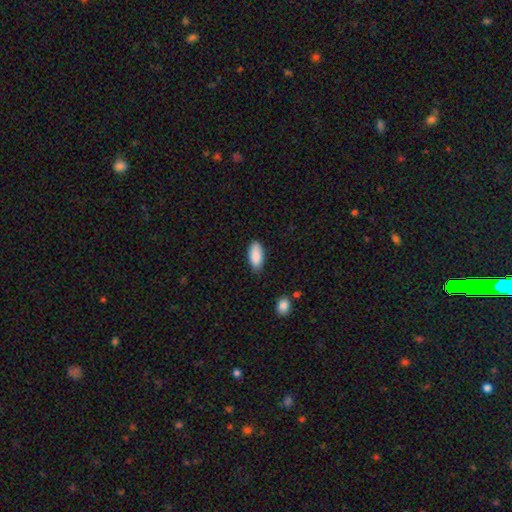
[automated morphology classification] smooth 90%, star or artifact 6%, featured or disk 4%. Down the decision tree: how rounded — in between (87%); merging — none (83%).